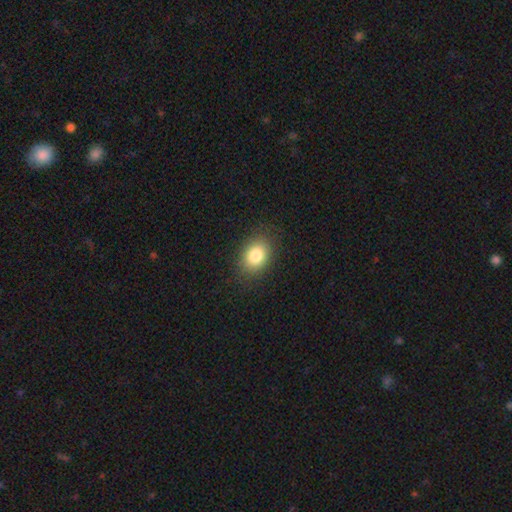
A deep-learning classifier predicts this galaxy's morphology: smooth-or-featured: smooth: 82% | star or artifact: 10% | featured or disk: 8%
  how-rounded: in between: 66% | round: 33% | cigar-shaped: 1%
  merging: none: 86% | minor disturbance: 10% | major disturbance: 3% | merger: 1%